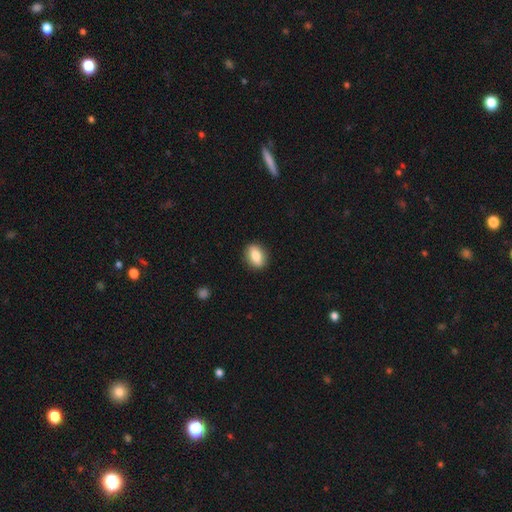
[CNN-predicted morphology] This appears to be a smooth galaxy with no disk features (81%) that is in between round and cigar-shaped (76%). Merging: none (89%).